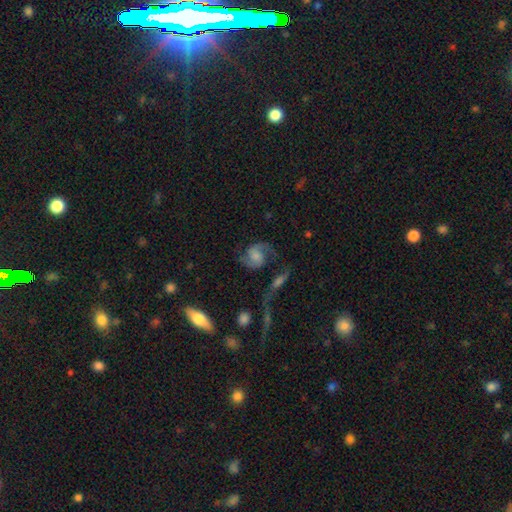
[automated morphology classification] type=featured or disk (81%); edge-on=no (97%); bar=no (59%); spiral arms=yes (96%); winding=medium (49%); arm count=2 (89%); bulge=moderate (33%); merging=none (59%).